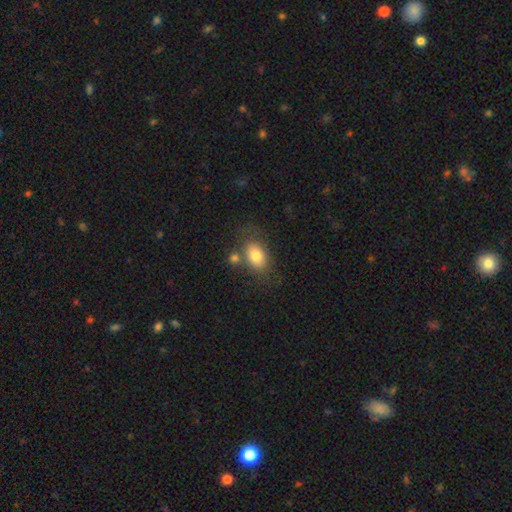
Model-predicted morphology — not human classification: Smooth or featured?
  - smooth: 81% *
  - featured or disk: 11%
  - star or artifact: 8%
How rounded?
  - in between: 81% *
  - round: 17%
  - cigar-shaped: 2%
Merging?
  - none: 59% *
  - merger: 18%
  - minor disturbance: 16%
  - major disturbance: 6%